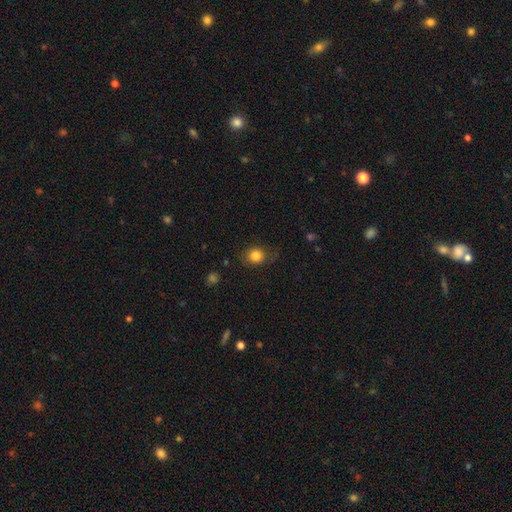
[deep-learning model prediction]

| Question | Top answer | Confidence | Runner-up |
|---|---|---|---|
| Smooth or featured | smooth | 83% | star or artifact (10%) |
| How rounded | round | 70% | in between (29%) |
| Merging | none | 75% | minor disturbance (18%) |